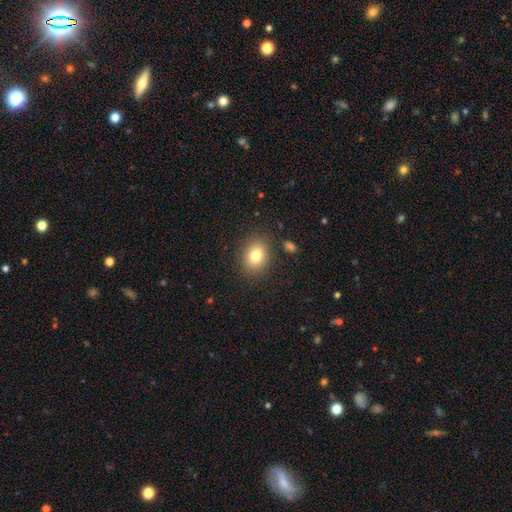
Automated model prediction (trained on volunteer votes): A smooth galaxy with no disk features (79%) that is in between round and cigar-shaped (50%).

Vote fractions:
- Smooth or featured? smooth: 79% / star or artifact: 11% / featured or disk: 10%
- How rounded? in between: 50% / round: 49% / cigar-shaped: 1%
- Merging? none: 86% / minor disturbance: 9% / major disturbance: 3% / merger: 2%